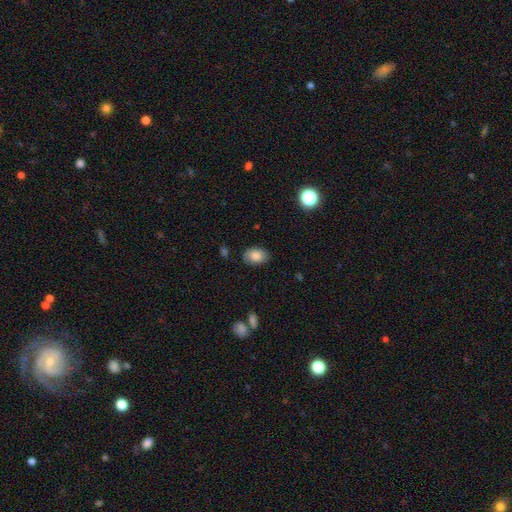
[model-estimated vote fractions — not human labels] This is clearly a smooth galaxy (84%). How rounded: clearly in between (85%). Merging: clearly none (83%).